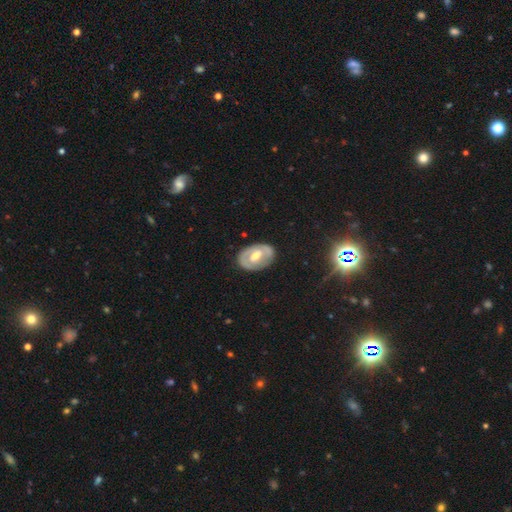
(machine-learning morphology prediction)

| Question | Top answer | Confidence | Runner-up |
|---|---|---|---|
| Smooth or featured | featured or disk | 65% | smooth (30%) |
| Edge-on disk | no | 94% | yes (6%) |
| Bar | weak | 41% | no (40%) |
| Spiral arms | no | 56% | yes (44%) |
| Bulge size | moderate | 73% | small (14%) |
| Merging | none | 80% | minor disturbance (15%) |